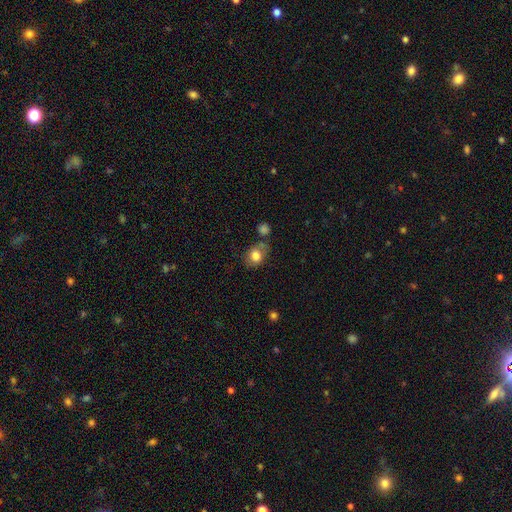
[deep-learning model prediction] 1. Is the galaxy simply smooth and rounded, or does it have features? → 81% smooth, 10% featured or disk, 9% star or artifact.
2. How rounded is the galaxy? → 60% round, 39% in between, 1% cigar-shaped.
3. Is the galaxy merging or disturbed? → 64% none, 17% minor disturbance, 14% merger, 5% major disturbance.